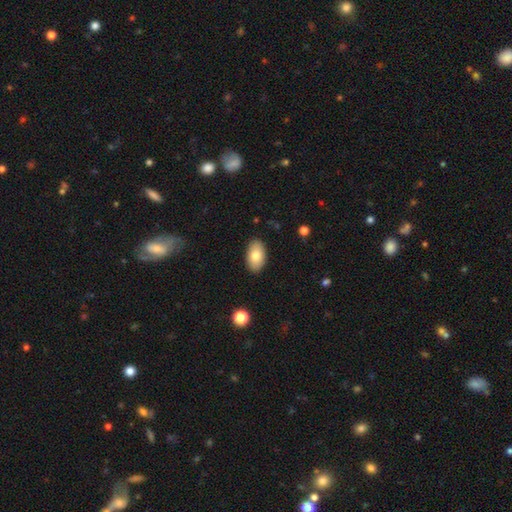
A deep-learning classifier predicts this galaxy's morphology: type=smooth (78%); roundness=in between (94%); merging=none (88%).